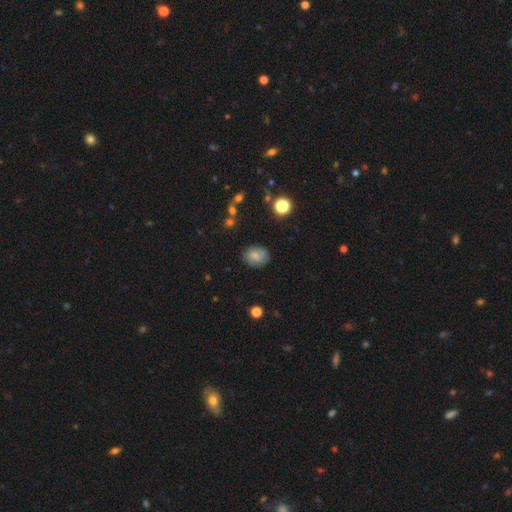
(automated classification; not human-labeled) Overall: smooth (77%). How rounded: in between (50%; round 49%). Merging: none (82%).